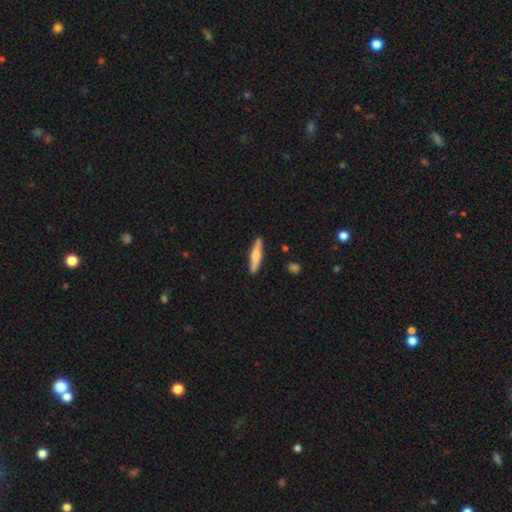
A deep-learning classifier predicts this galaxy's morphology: A smooth galaxy with no disk features (60%) that is cigar-shaped (86%).

Vote fractions:
- Smooth or featured? smooth: 60% / featured or disk: 34% / star or artifact: 6%
- How rounded? cigar-shaped: 86% / in between: 12% / round: 2%
- Merging? none: 85% / minor disturbance: 11% / major disturbance: 2% / merger: 2%